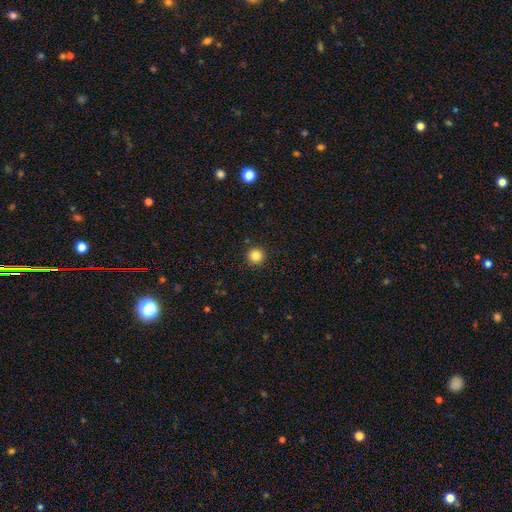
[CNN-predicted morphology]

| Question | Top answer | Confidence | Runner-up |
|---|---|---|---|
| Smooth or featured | smooth | 84% | star or artifact (12%) |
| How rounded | round | 95% | in between (4%) |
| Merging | none | 92% | minor disturbance (5%) |